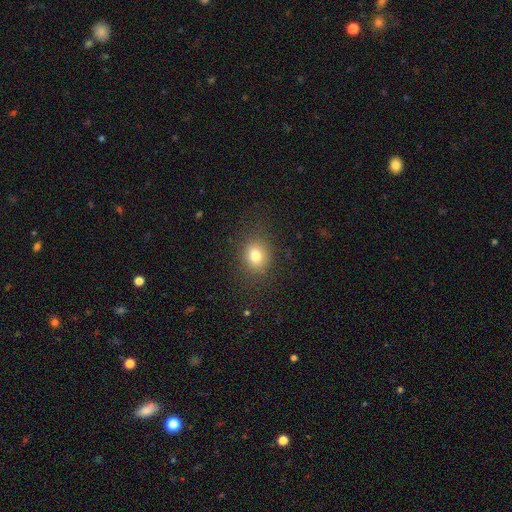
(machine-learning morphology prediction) The model was most divided on "how rounded": round: 61%, in between: 38%, cigar-shaped: 1%. More confident: merging — none (84%); smooth or featured — smooth (78%).